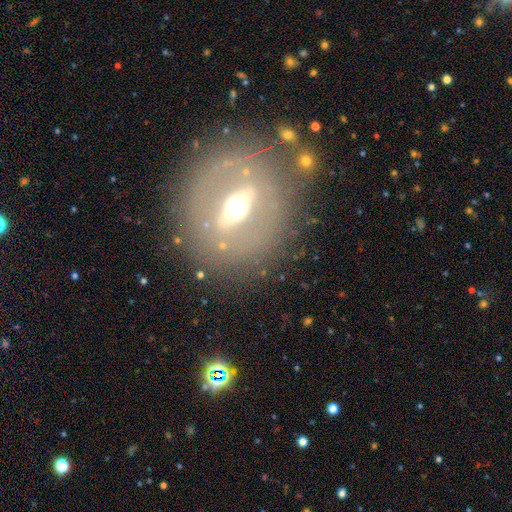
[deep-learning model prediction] featured or disk 71%, smooth 19%, star or artifact 10%. Down the decision tree: edge-on disk — no (64%); merging — none (79%).